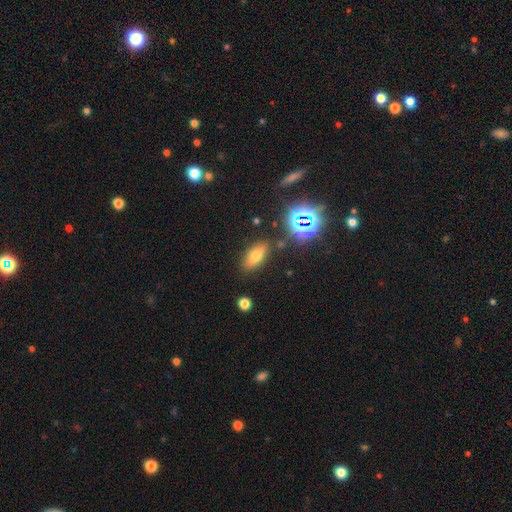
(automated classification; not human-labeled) smooth_or_featured: smooth (p=0.61) [alt: star or artifact p=0.21]
how_rounded: in between (p=0.76) [alt: cigar-shaped p=0.17]
merging: none (p=0.83) [alt: minor disturbance p=0.10]